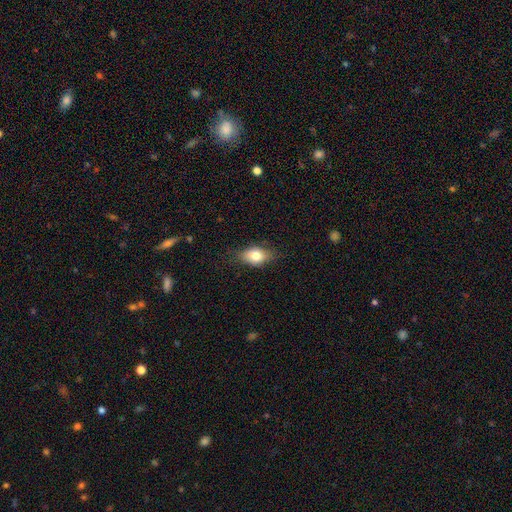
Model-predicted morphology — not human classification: type=smooth (76%); roundness=in between (81%); merging=none (74%).